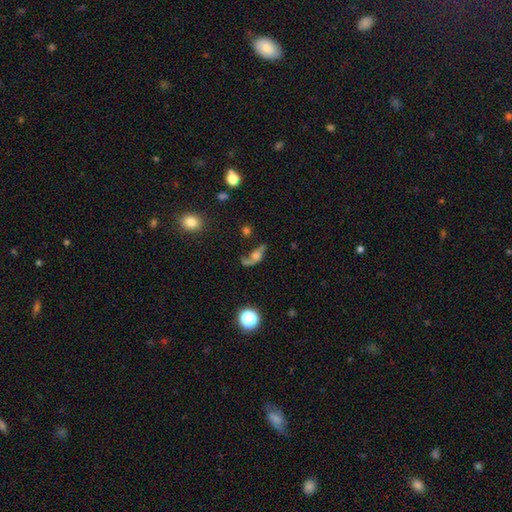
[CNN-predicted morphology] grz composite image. It shows a featured or disk galaxy (61%) with no bar (69%), spiral arms (83%) and a moderate central bulge (32%). Merging: none (40%).